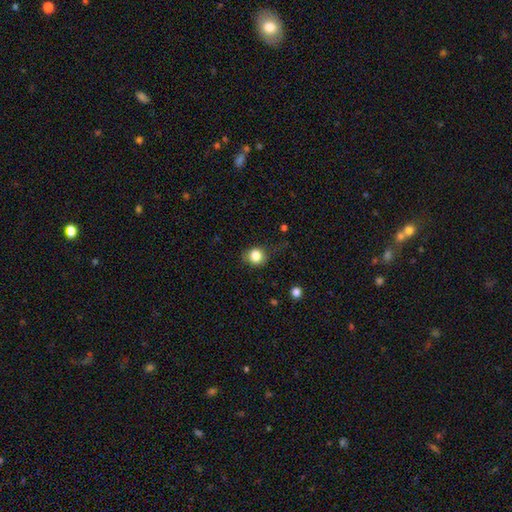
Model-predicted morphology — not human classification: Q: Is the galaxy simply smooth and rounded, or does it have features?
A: smooth — 82%.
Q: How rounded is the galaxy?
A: round — 79%.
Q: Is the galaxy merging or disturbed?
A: none — 76%.